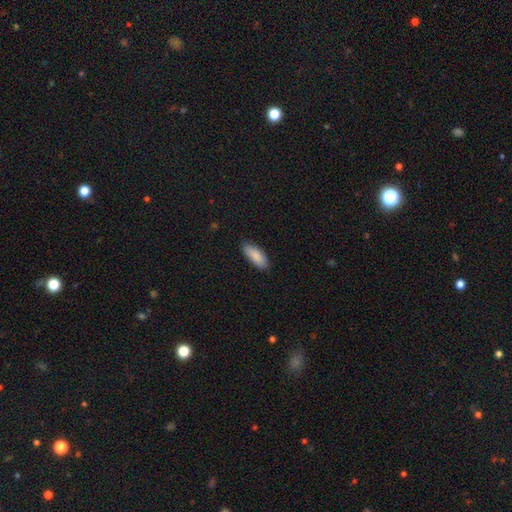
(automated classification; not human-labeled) A smooth galaxy with no disk features (88%) that is in between round and cigar-shaped (76%).

Vote fractions:
- Smooth or featured? smooth: 88% / featured or disk: 6% / star or artifact: 6%
- How rounded? in between: 76% / cigar-shaped: 22% / round: 2%
- Merging? none: 82% / minor disturbance: 14% / major disturbance: 2% / merger: 1%